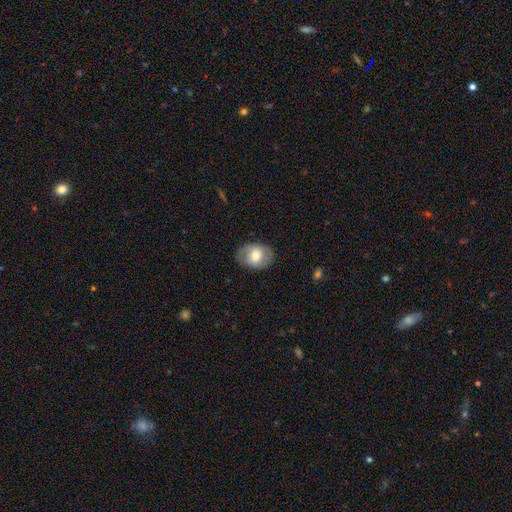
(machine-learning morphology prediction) Smooth or featured?
  - smooth: 60% *
  - featured or disk: 33%
  - star or artifact: 7%
How rounded?
  - in between: 68% *
  - round: 31%
  - cigar-shaped: 1%
Merging?
  - none: 82% *
  - minor disturbance: 13%
  - major disturbance: 5%
  - merger: 1%